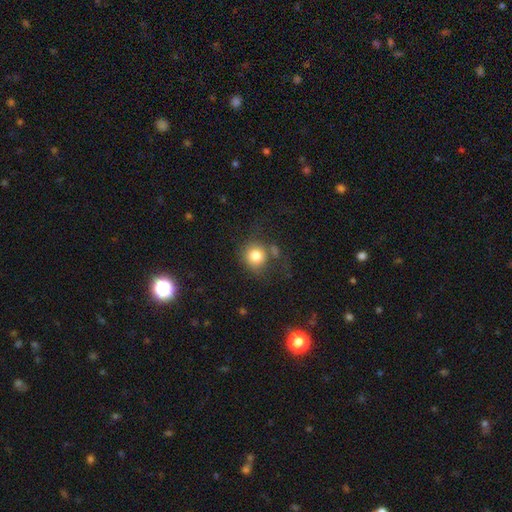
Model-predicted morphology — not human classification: Smooth or featured?
  - smooth: 79% *
  - star or artifact: 11%
  - featured or disk: 10%
How rounded?
  - round: 86% *
  - in between: 13%
  - cigar-shaped: 1%
Merging?
  - none: 60% *
  - minor disturbance: 18%
  - merger: 12%
  - major disturbance: 10%